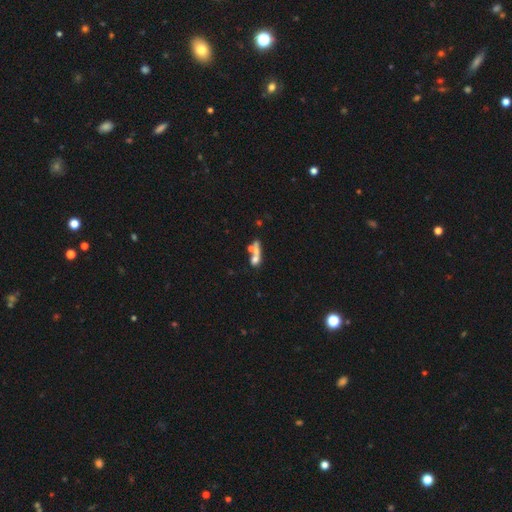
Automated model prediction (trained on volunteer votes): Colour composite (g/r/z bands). It shows a smooth galaxy with no disk features (49%). Merging: merger (52%).